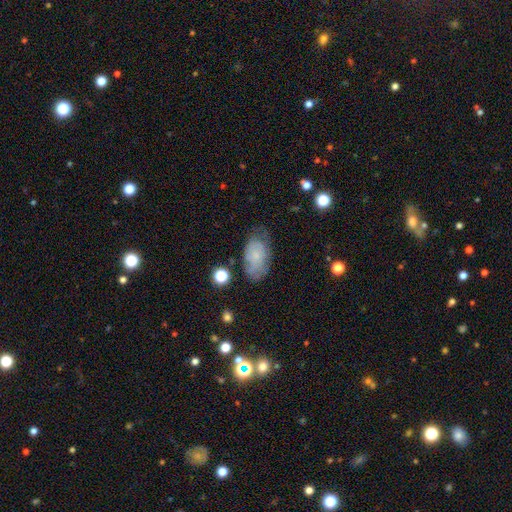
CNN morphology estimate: Smooth or featured: smooth — 58% (featured or disk — 34%)
How rounded: in between — 92% (round — 6%)
Merging: none — 58% (minor disturbance — 29%)